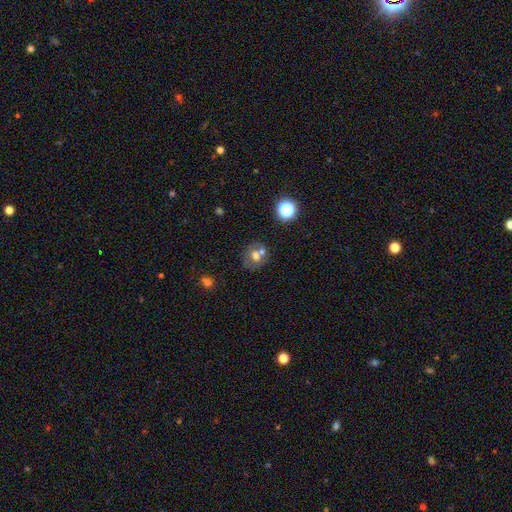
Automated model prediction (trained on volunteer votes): Smooth or featured? smooth (62%)
How rounded? round (75%)
Merging? none (52%)